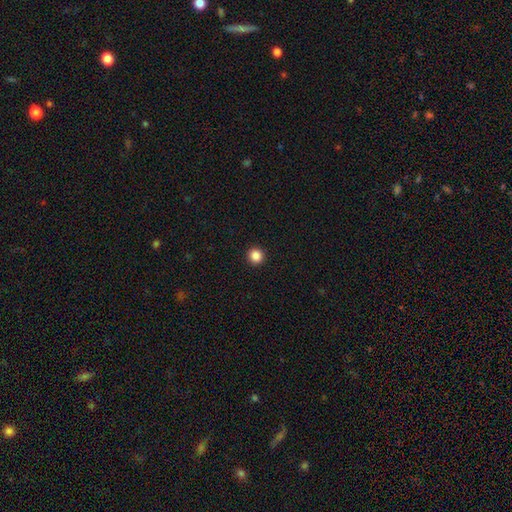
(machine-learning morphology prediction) This appears to be a smooth galaxy with no disk features (86%) that is round (95%). Merging: none (94%).